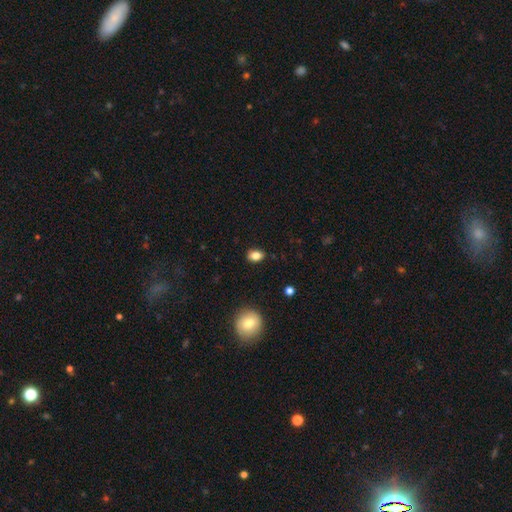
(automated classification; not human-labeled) A smooth galaxy with no disk features (83%) that is in between round and cigar-shaped (72%). Merging: none (85%).